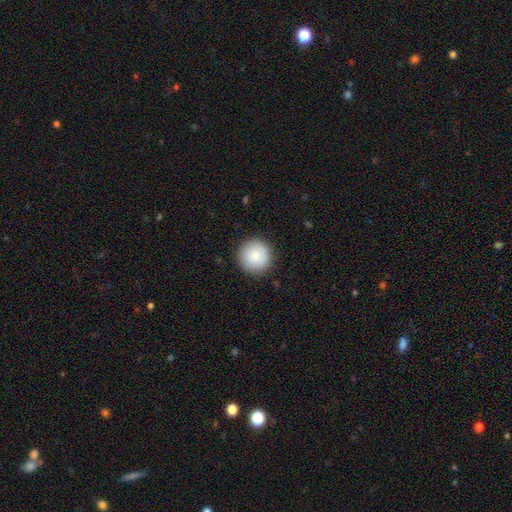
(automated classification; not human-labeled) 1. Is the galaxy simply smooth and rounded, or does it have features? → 84% smooth, 8% featured or disk, 7% star or artifact.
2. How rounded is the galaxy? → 96% round, 3% in between, 1% cigar-shaped.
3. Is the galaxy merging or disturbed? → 90% none, 7% minor disturbance, 2% major disturbance, 1% merger.